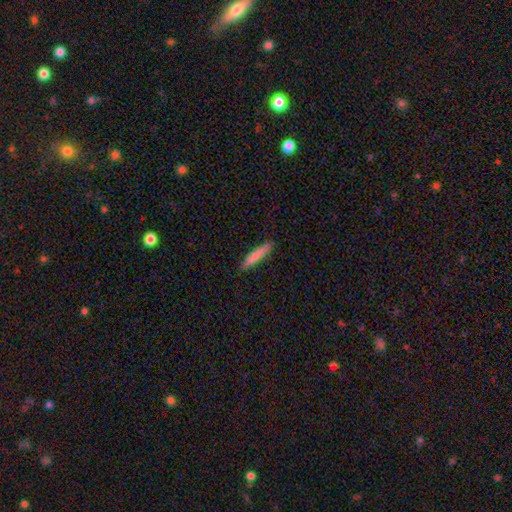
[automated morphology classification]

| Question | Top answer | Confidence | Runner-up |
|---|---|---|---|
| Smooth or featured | smooth | 79% | featured or disk (15%) |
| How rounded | cigar-shaped | 90% | in between (9%) |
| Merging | none | 88% | minor disturbance (9%) |